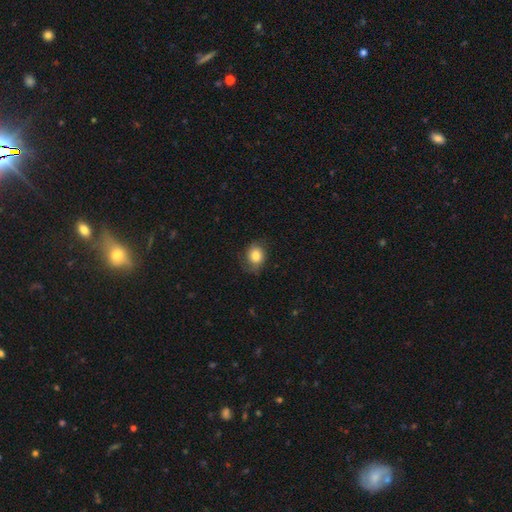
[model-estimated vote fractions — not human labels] smooth-or-featured: smooth: 78% | featured or disk: 14% | star or artifact: 8%
  how-rounded: round: 57% | in between: 42% | cigar-shaped: 1%
  merging: none: 67% | minor disturbance: 24% | major disturbance: 8% | merger: 1%